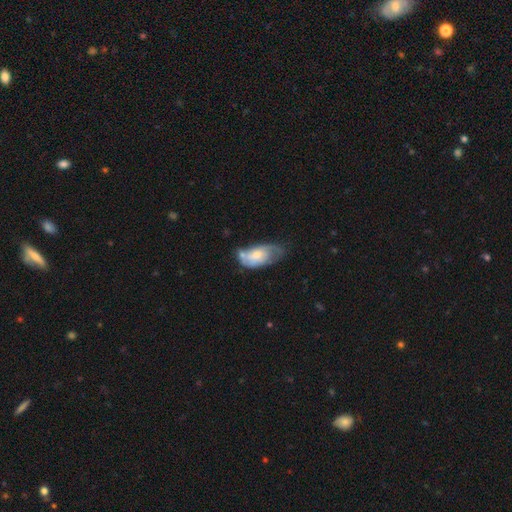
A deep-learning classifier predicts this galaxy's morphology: This appears to be a featured or disk galaxy (52%). Merging: minor disturbance (34%).